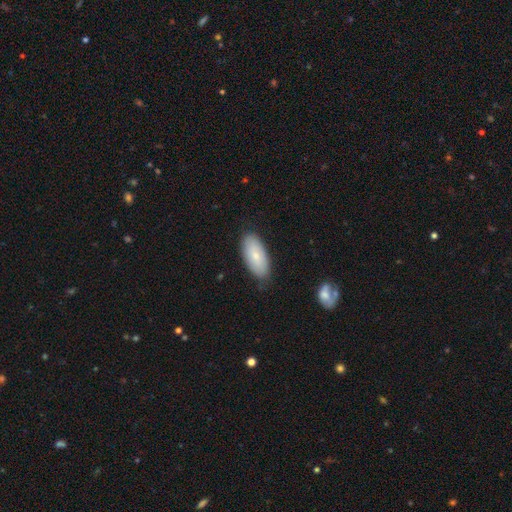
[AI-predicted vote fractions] This appears to be a smooth galaxy with no disk features (76%) that is in between round and cigar-shaped (91%). Merging: none (81%).